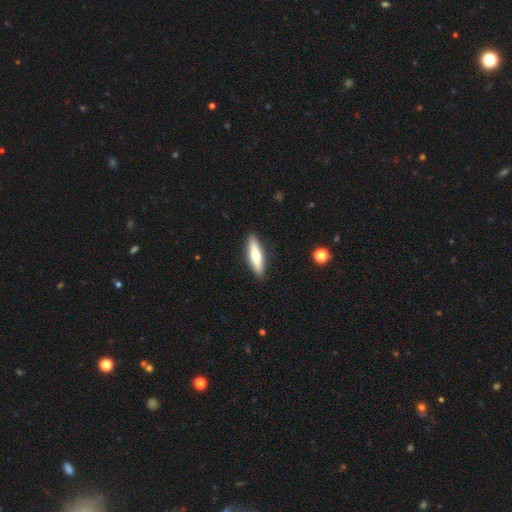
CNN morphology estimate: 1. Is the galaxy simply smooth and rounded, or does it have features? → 56% smooth, 39% featured or disk, 5% star or artifact.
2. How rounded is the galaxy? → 72% cigar-shaped, 27% in between, 2% round.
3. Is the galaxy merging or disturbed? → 90% none, 7% minor disturbance, 2% major disturbance, 1% merger.